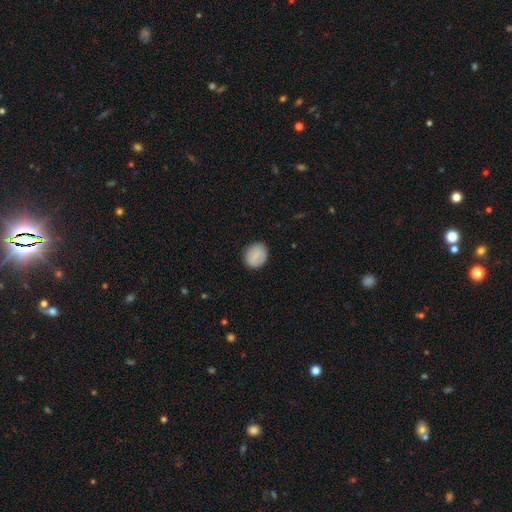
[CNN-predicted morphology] Smooth or featured? smooth (78%)
How rounded? round (73%)
Merging? none (88%)